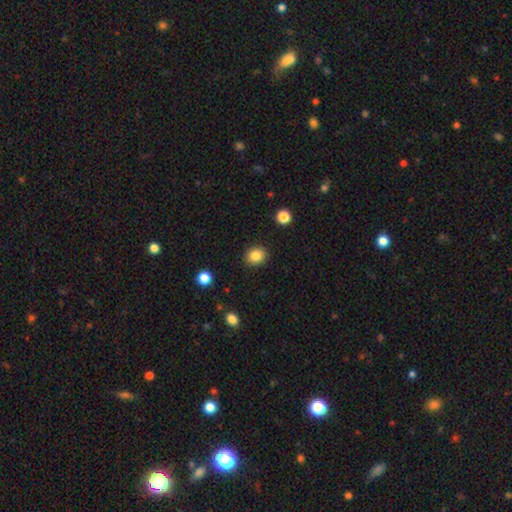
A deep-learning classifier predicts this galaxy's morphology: A smooth galaxy with no disk features (84%) that is round (70%).

Vote fractions:
- Smooth or featured? smooth: 84% / star or artifact: 10% / featured or disk: 5%
- How rounded? round: 70% / in between: 29% / cigar-shaped: 1%
- Merging? none: 90% / minor disturbance: 7% / major disturbance: 2% / merger: 1%